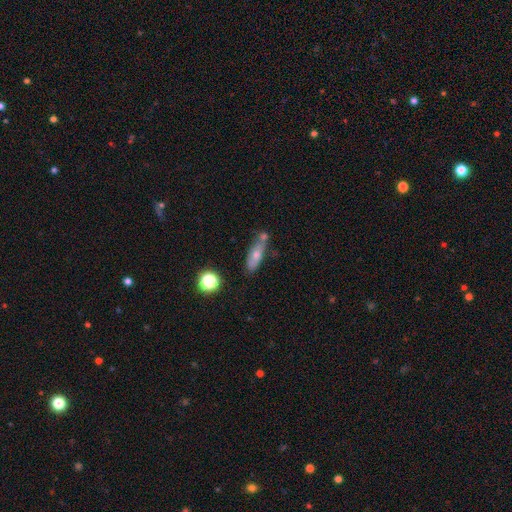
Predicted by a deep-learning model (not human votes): A smooth galaxy with no disk features (58%) that is in between round and cigar-shaped (52%). Merging: none (53%).